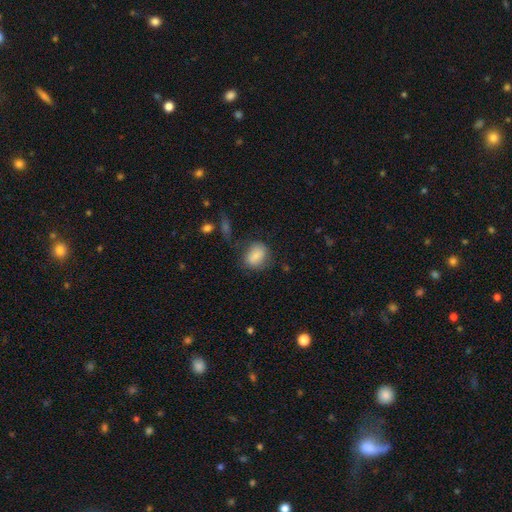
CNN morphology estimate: Overall: smooth (81%). How rounded: in between (65%; round 33%). Merging: none (65%).